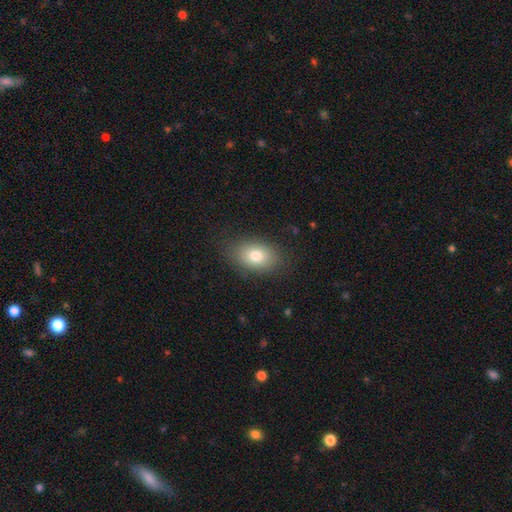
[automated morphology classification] type=smooth (79%); roundness=in between (81%); merging=none (83%).